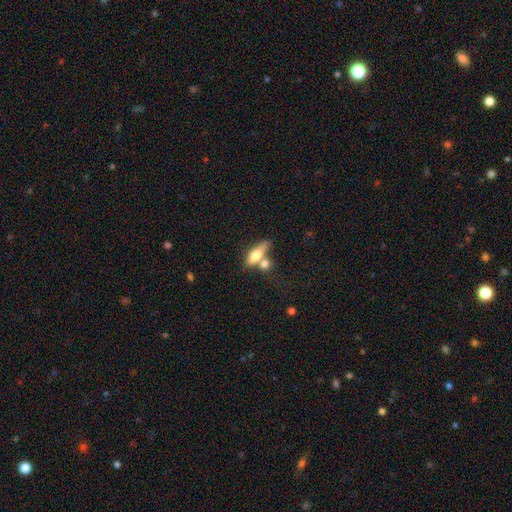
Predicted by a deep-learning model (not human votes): A smooth galaxy with no disk features (65%) that is in between round and cigar-shaped (61%).

Vote fractions:
- Smooth or featured? smooth: 65% / featured or disk: 28% / star or artifact: 7%
- How rounded? in between: 61% / cigar-shaped: 33% / round: 6%
- Merging? merger: 43% / none: 38% / minor disturbance: 12% / major disturbance: 7%